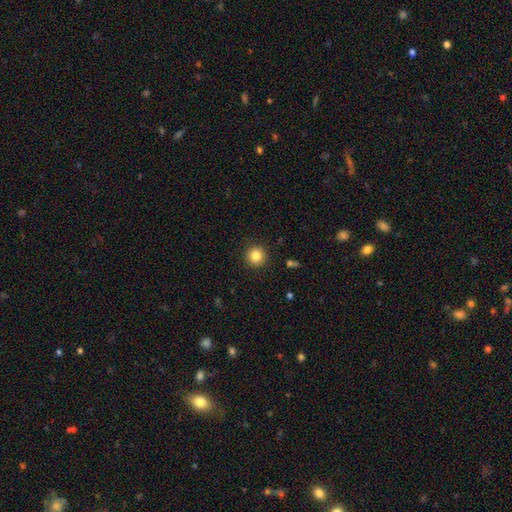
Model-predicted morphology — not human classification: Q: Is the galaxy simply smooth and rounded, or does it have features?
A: smooth — 84%.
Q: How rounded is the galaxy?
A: round — 95%.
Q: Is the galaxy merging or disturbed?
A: none — 92%.